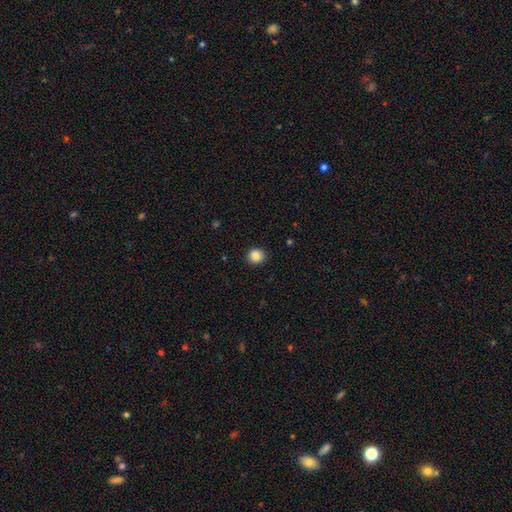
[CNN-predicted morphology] Smooth or featured? Predicted: smooth (p=0.87). How rounded? Predicted: round (p=0.90). Merging? Predicted: none (p=0.91).